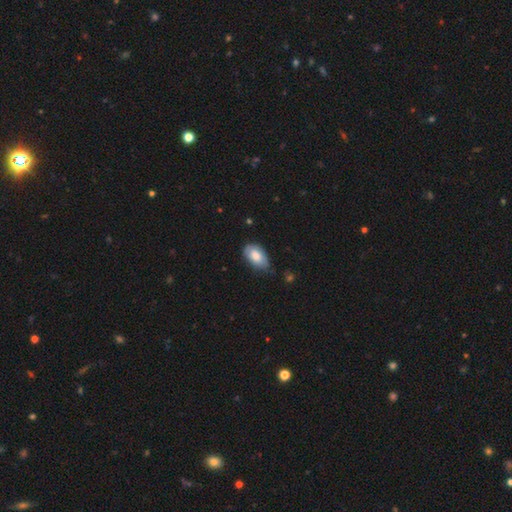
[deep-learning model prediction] This appears to be a smooth galaxy with no disk features (76%) that is in between round and cigar-shaped (93%). Merging: none (56%).